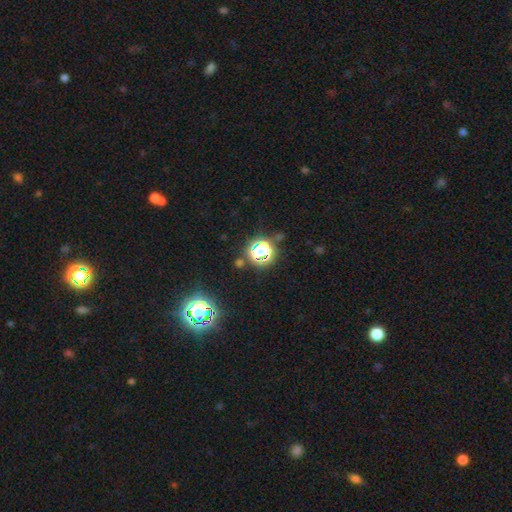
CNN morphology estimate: This is likely a star or artifact rather than a galaxy (79%).